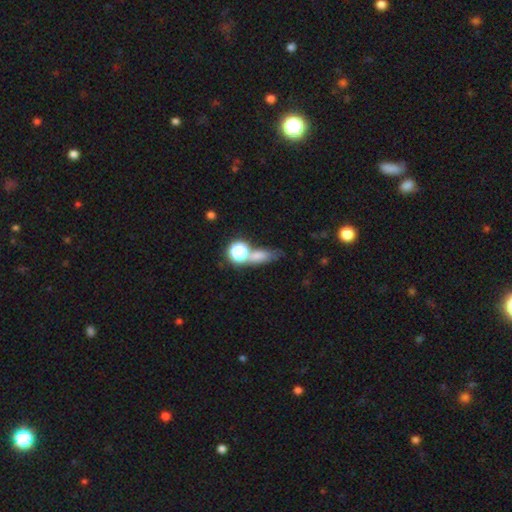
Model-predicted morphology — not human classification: smooth_or_featured: smooth (p=0.58) [alt: star or artifact p=0.26]
how_rounded: in between (p=0.39) [alt: round p=0.36]
merging: none (p=0.52) [alt: merger p=0.26]